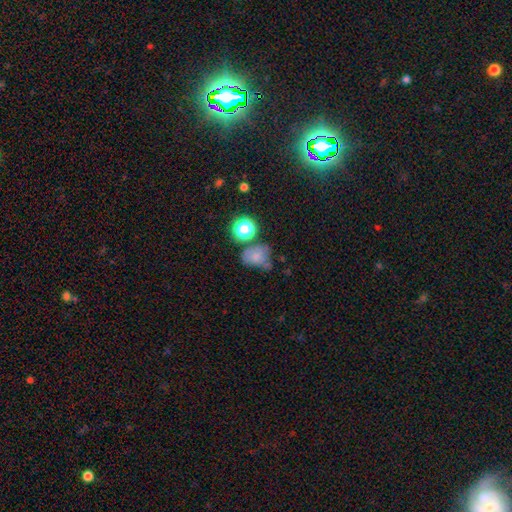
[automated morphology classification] The model was most divided on "how rounded": in between: 55%, round: 44%, cigar-shaped: 1%. Remaining: smooth or featured — smooth (64%); merging — none (43%).